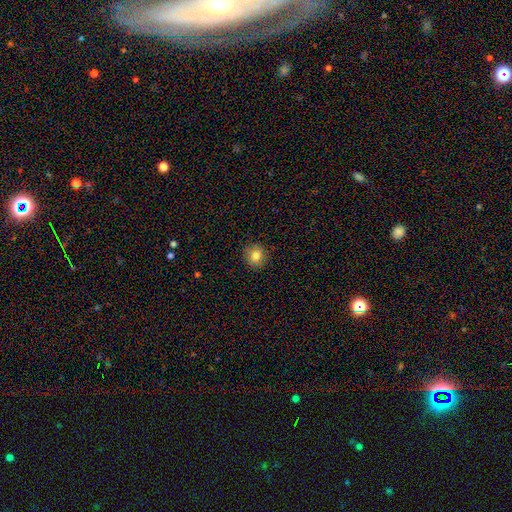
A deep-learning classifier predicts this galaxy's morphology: The model was most divided on "smooth or featured": smooth: 81%, star or artifact: 10%, featured or disk: 9%. More confident: merging — none (89%); how rounded — round (88%).